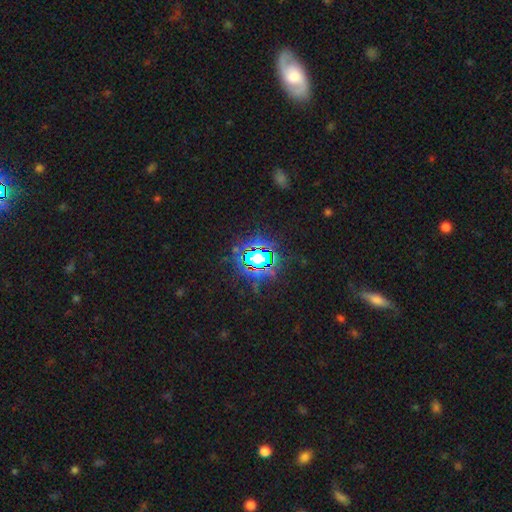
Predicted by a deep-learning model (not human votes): Overall: star or artifact (74%).